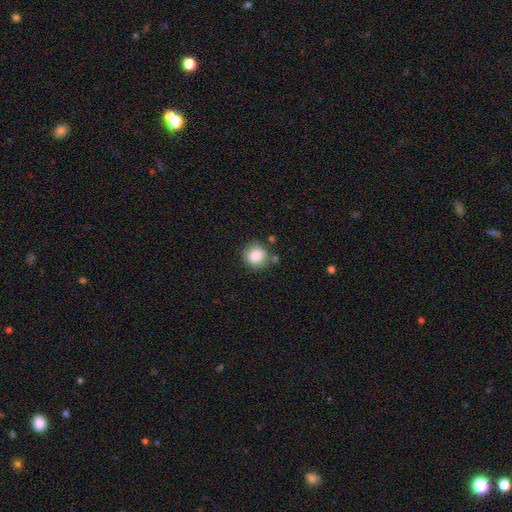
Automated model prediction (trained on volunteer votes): Overall: smooth (86%). How rounded: round (89%). Merging: none (79%).